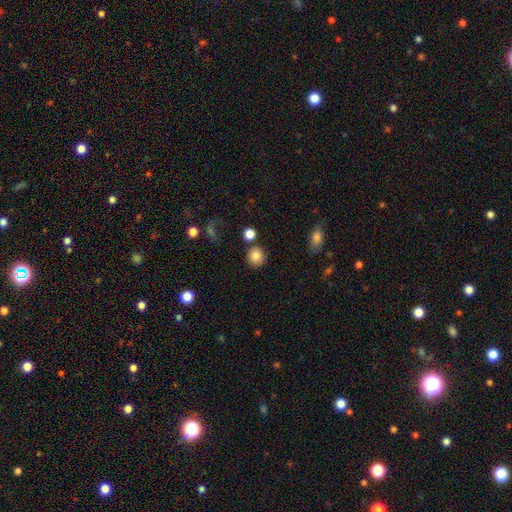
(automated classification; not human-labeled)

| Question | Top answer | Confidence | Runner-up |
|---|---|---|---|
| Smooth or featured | smooth | 84% | star or artifact (10%) |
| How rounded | round | 88% | in between (11%) |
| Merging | none | 83% | minor disturbance (8%) |